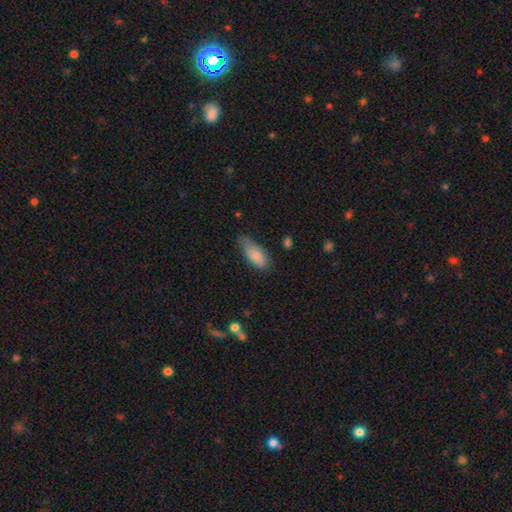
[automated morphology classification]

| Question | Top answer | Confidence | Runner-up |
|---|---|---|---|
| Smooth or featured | smooth | 83% | featured or disk (10%) |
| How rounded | in between | 83% | cigar-shaped (15%) |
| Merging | none | 54% | minor disturbance (36%) |